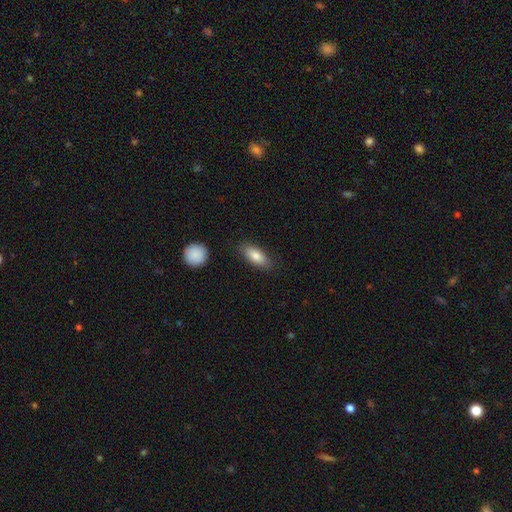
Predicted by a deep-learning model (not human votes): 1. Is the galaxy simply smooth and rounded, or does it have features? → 83% smooth, 11% featured or disk, 7% star or artifact.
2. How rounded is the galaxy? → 80% in between, 17% cigar-shaped, 3% round.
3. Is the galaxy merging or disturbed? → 82% none, 12% minor disturbance, 3% major disturbance, 2% merger.